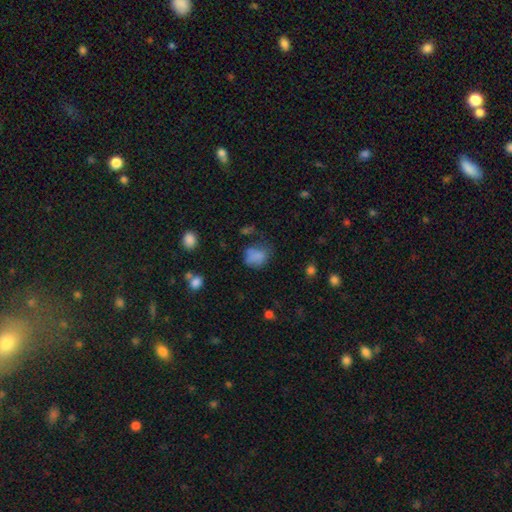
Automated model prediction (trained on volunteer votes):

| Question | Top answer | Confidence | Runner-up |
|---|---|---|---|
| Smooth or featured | smooth | 77% | star or artifact (13%) |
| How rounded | round | 50% | in between (49%) |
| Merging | none | 47% | minor disturbance (29%) |